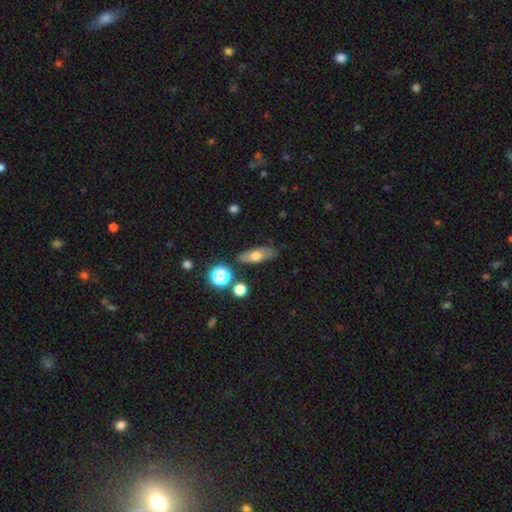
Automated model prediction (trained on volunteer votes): The model was most divided on "smooth or featured": smooth: 63%, featured or disk: 27%, star or artifact: 10%. More confident: merging — none (79%); how rounded — in between (67%).